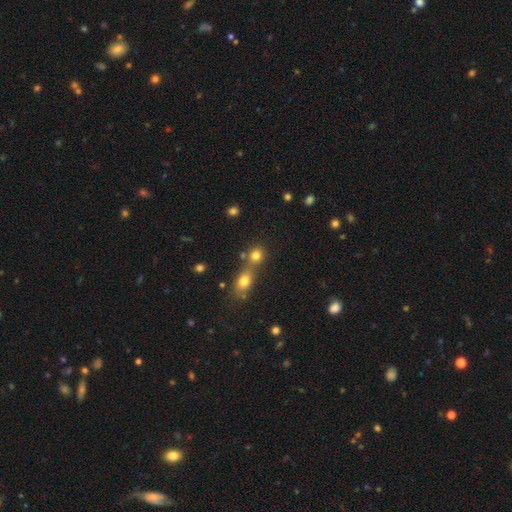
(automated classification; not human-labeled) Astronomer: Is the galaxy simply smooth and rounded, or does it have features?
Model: smooth — 78%.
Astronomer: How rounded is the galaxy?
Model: round — 80%.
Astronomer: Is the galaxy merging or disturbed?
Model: none — 48% (runner-up: merger, 42%).